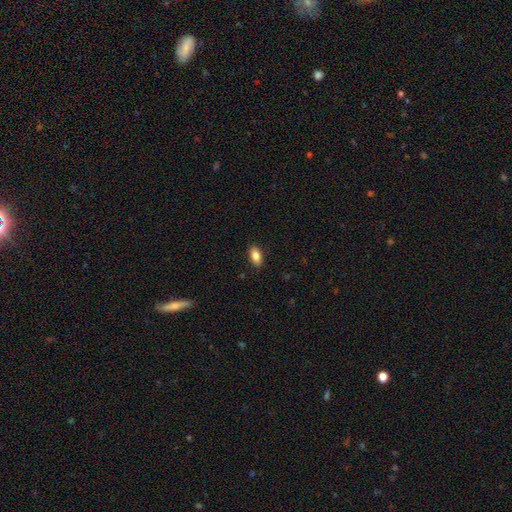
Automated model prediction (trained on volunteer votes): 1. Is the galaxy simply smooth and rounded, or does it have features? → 85% smooth, 8% star or artifact, 7% featured or disk.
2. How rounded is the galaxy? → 91% in between, 5% round, 4% cigar-shaped.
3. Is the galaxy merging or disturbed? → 88% none, 9% minor disturbance, 2% major disturbance, 1% merger.